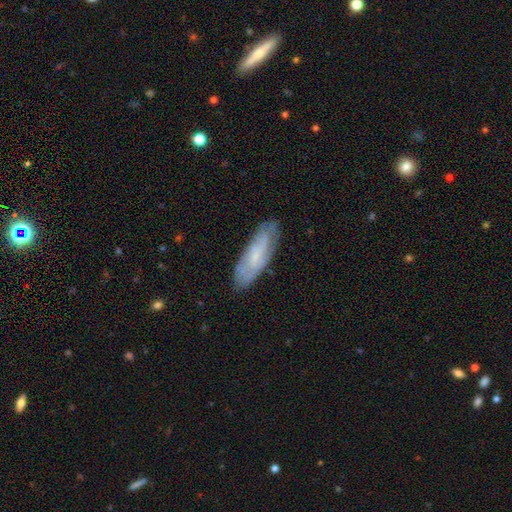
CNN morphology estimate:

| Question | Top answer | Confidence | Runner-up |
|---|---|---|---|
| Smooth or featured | featured or disk | 52% | smooth (41%) |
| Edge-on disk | no | 78% | yes (22%) |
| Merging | none | 80% | minor disturbance (16%) |